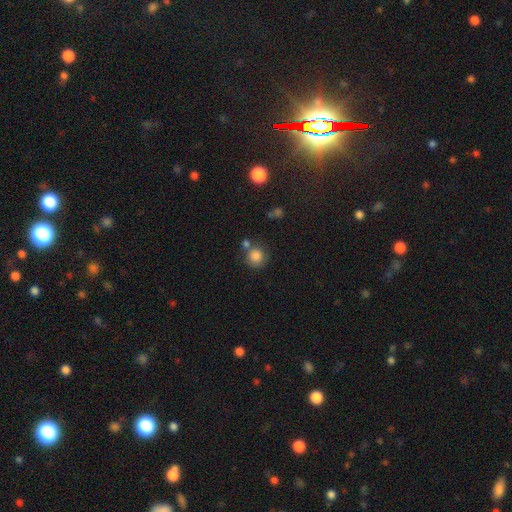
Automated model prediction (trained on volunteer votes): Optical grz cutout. It shows a smooth galaxy with no disk features (84%) that is round (90%). Merging: none (63%).